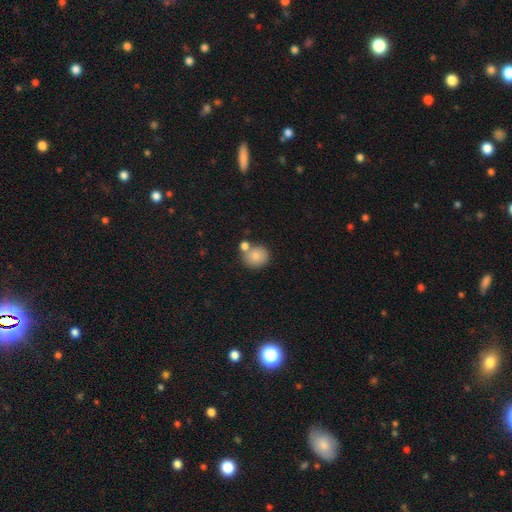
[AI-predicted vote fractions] Smooth or featured: smooth — 81% (featured or disk — 10%)
How rounded: round — 85% (in between — 14%)
Merging: none — 59% (merger — 27%)